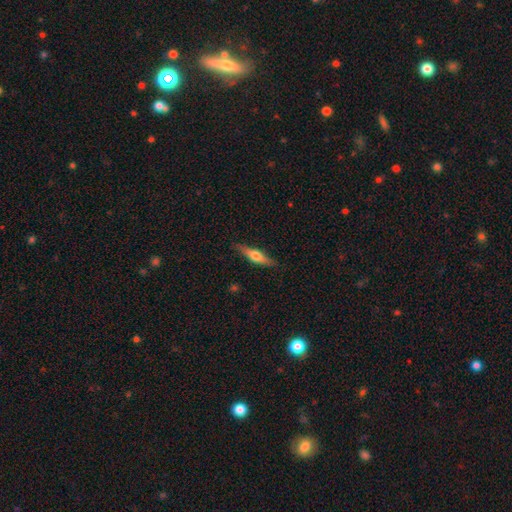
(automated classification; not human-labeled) Q: Smooth or featured?
A: featured or disk (52%); runner-up: smooth (42%)
Q: Edge-on disk?
A: yes (93%); runner-up: no (7%)
Q: Merging?
A: none (86%); runner-up: minor disturbance (11%)